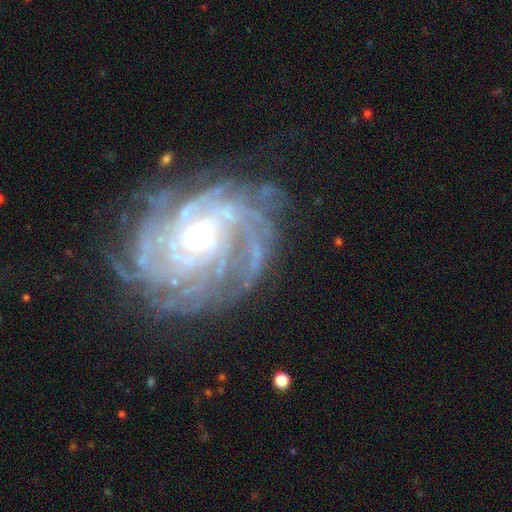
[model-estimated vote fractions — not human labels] featured or disk 89%, star or artifact 7%, smooth 4%. Down the decision tree: edge-on disk — no (97%); bar — no (64%); spiral arms — yes (97%); spiral arm count — more than 4 (27%); spiral winding — tight (68%); bulge size — moderate (54%); merging — none (70%).